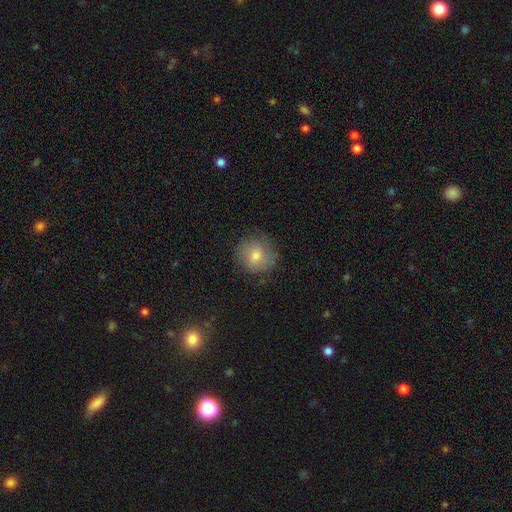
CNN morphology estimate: Smooth or featured?
  - smooth: 70% *
  - featured or disk: 19%
  - star or artifact: 10%
How rounded?
  - round: 88% *
  - in between: 11%
  - cigar-shaped: 1%
Merging?
  - none: 78% *
  - minor disturbance: 15%
  - major disturbance: 5%
  - merger: 1%